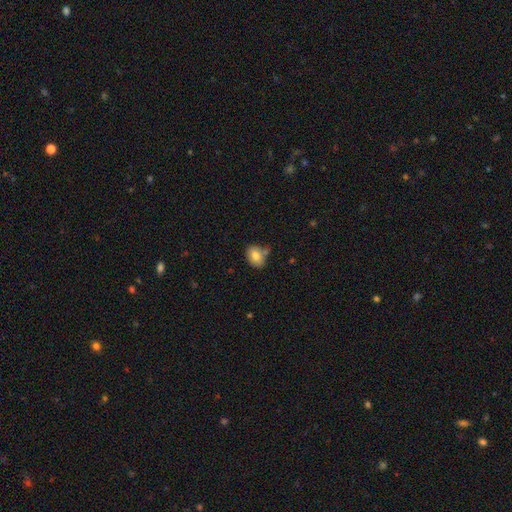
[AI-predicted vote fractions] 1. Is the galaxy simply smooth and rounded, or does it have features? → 79% smooth, 13% featured or disk, 8% star or artifact.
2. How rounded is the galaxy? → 67% in between, 31% round, 1% cigar-shaped.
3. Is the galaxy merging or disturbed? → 63% none, 19% minor disturbance, 13% merger, 4% major disturbance.